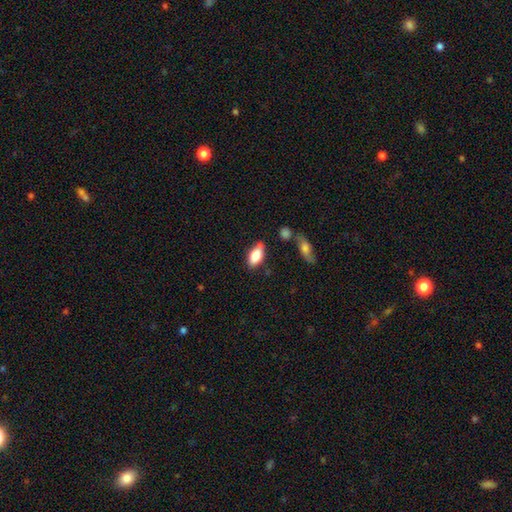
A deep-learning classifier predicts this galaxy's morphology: smooth_or_featured: smooth (p=0.78) [alt: featured or disk p=0.15]
how_rounded: in between (p=0.88) [alt: cigar-shaped p=0.09]
merging: none (p=0.73) [alt: minor disturbance p=0.18]